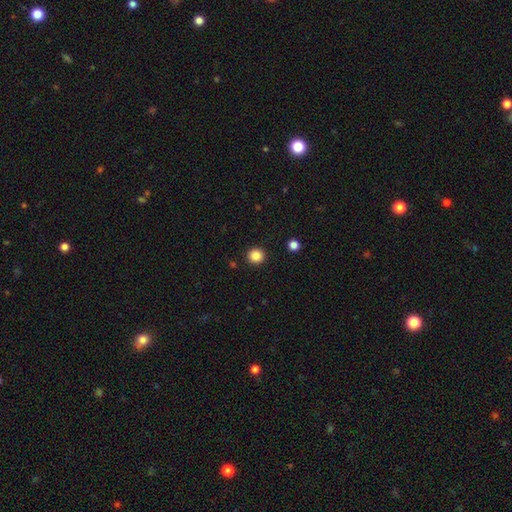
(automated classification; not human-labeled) A smooth galaxy with no disk features (85%) that is round (94%).

Vote fractions:
- Smooth or featured? smooth: 85% / star or artifact: 11% / featured or disk: 4%
- How rounded? round: 94% / in between: 5% / cigar-shaped: 1%
- Merging? none: 93% / minor disturbance: 4% / major disturbance: 2% / merger: 1%